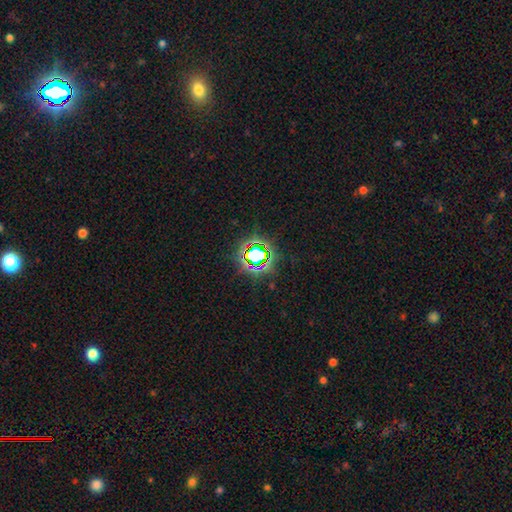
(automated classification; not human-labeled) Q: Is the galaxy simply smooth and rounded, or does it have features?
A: star or artifact — 69%.